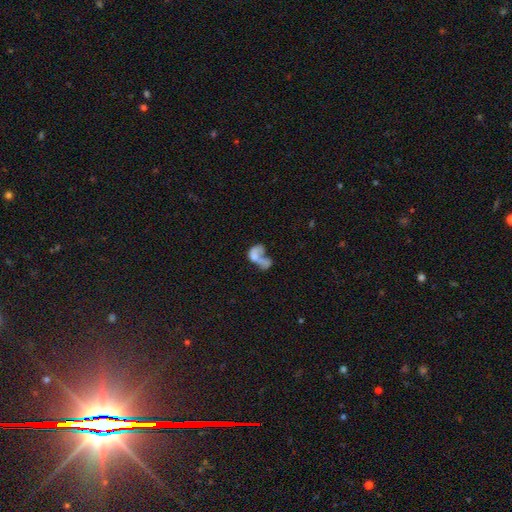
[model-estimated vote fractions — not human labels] smooth_or_featured: smooth (p=0.47) [alt: featured or disk p=0.41]
merging: merger (p=0.56) [alt: major disturbance p=0.24]